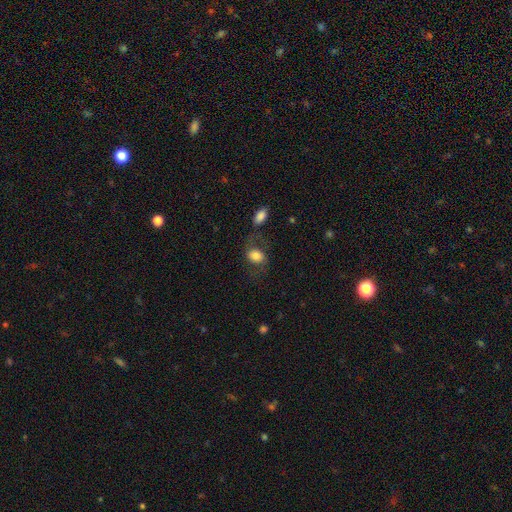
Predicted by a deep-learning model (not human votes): The model was most divided on "merging": none: 53%, minor disturbance: 21%, major disturbance: 18%, merger: 9%. More confident: smooth or featured — smooth (69%); how rounded — in between (68%).